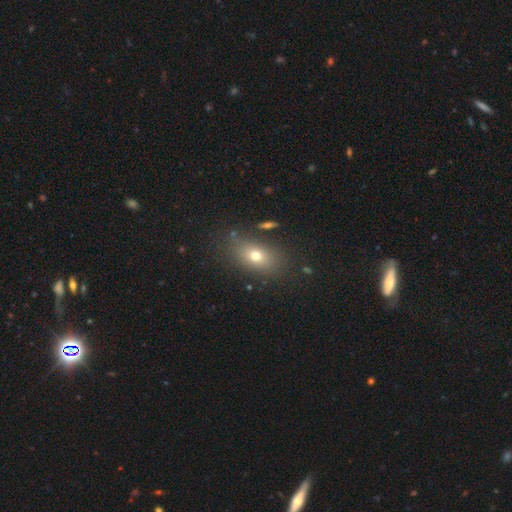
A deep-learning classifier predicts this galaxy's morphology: The model was most divided on "smooth or featured": smooth: 72%, featured or disk: 15%, star or artifact: 13%. More confident: merging — none (82%); how rounded — in between (77%).